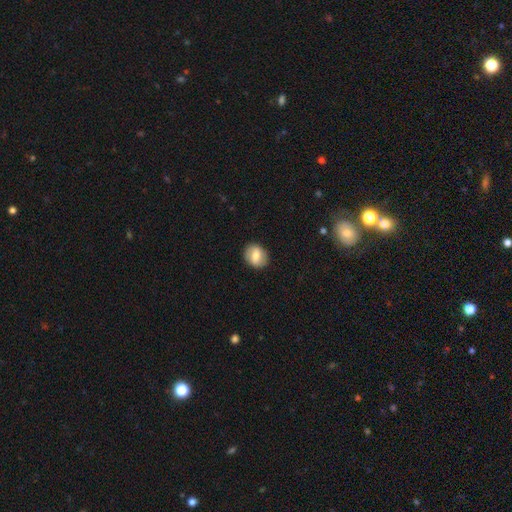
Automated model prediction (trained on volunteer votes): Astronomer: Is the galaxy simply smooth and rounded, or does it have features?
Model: smooth — 66%.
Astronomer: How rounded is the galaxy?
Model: round — 59% (runner-up: in between, 39%).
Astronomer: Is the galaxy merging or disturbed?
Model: none — 87%.